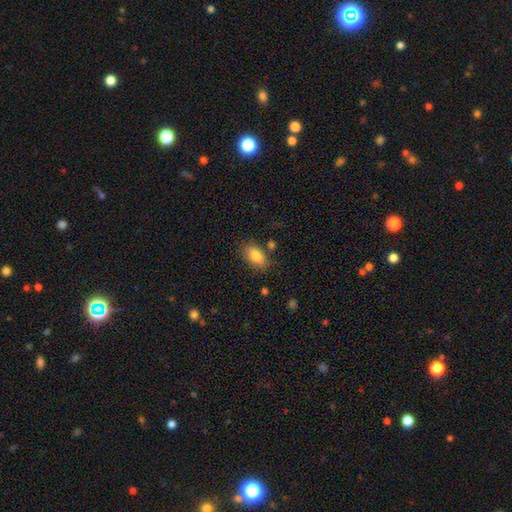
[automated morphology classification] smooth_or_featured: smooth (p=0.84) [alt: featured or disk p=0.09]
how_rounded: in between (p=0.90) [alt: round p=0.07]
merging: none (p=0.77) [alt: minor disturbance p=0.14]